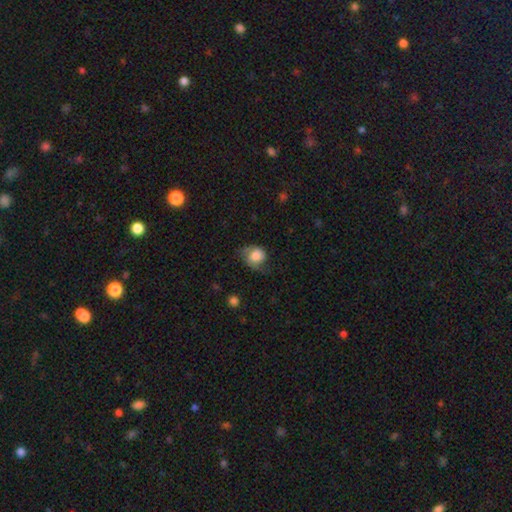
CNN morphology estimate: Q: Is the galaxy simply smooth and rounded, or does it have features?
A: smooth — 66%.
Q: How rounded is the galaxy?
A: round — 65%.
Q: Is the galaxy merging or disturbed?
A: none — 46%.